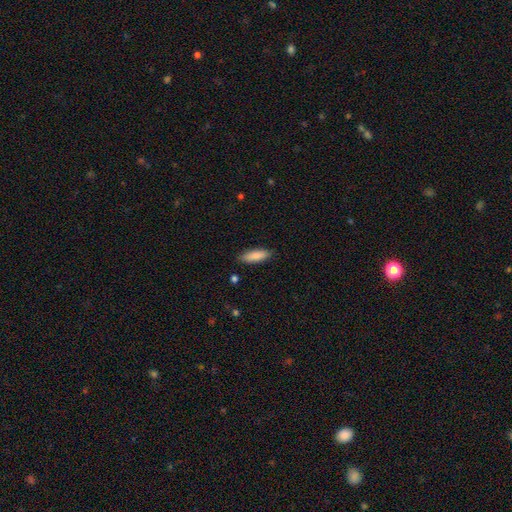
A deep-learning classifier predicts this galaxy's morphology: smooth-or-featured: smooth: 87% | featured or disk: 7% | star or artifact: 6%
  how-rounded: in between: 53% | cigar-shaped: 45% | round: 2%
  merging: none: 86% | minor disturbance: 11% | major disturbance: 2% | merger: 1%